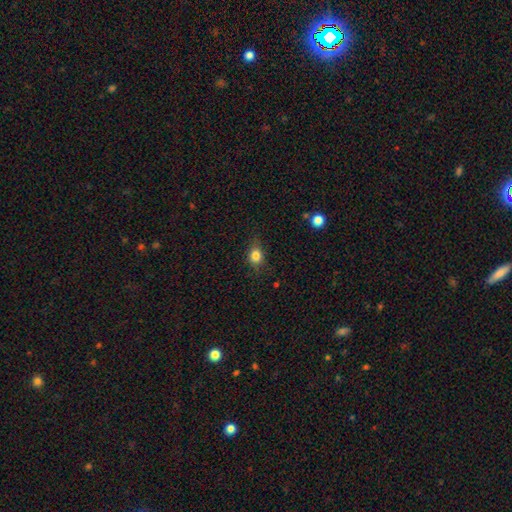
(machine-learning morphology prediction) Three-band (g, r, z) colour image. It shows a smooth galaxy with no disk features (81%) that is round (52%). Merging: none (74%).